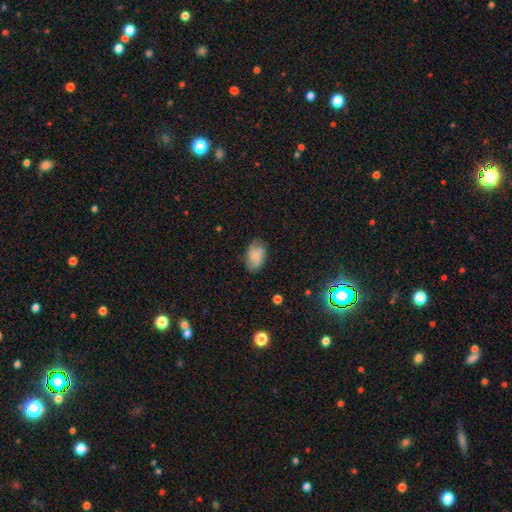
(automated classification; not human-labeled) A smooth galaxy with no disk features (56%) that is in between round and cigar-shaped (85%). Merging: none (66%).